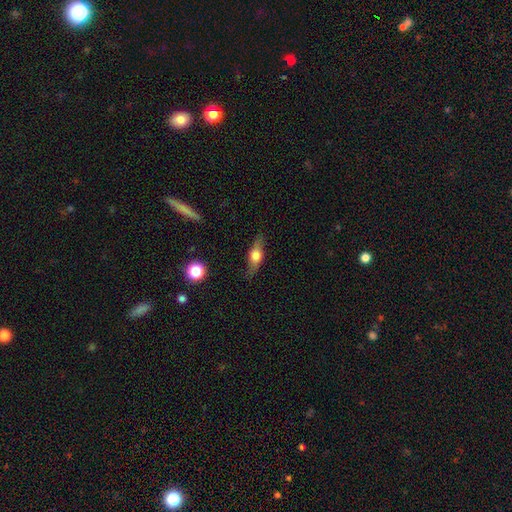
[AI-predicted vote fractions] This appears to be a featured or disk galaxy (50%). Merging: none (79%).